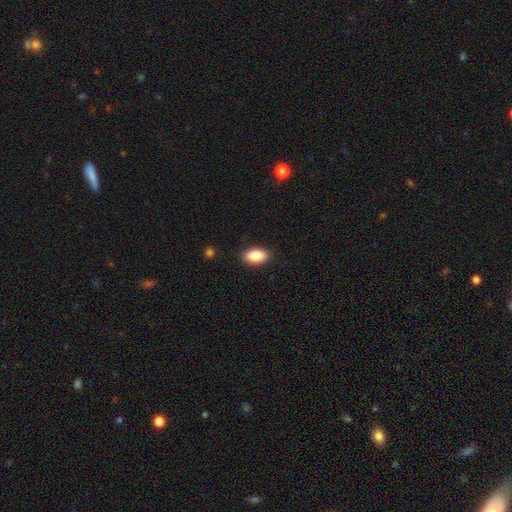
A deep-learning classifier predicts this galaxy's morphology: type=smooth (87%); roundness=in between (92%); merging=none (88%).